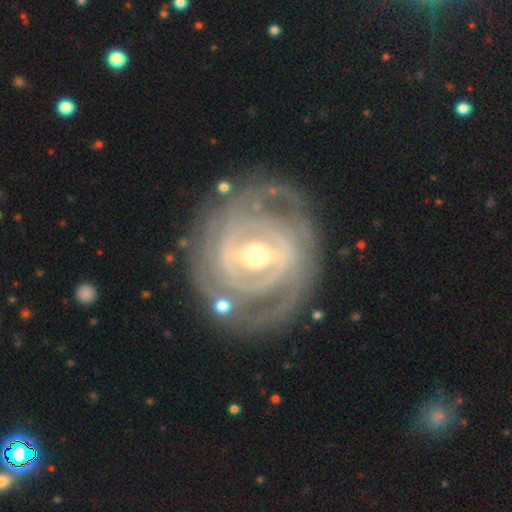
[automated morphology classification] Smooth or featured? Predicted: featured or disk (p=0.87). Edge-on disk? Predicted: no (p=0.96). Bar? Predicted: strong (p=0.41). Spiral arms? Predicted: yes (p=0.86). Spiral winding? Predicted: tight (p=0.74). Spiral arm count? Predicted: can't tell (p=0.35). Bulge size? Predicted: moderate (p=0.64). Merging? Predicted: none (p=0.74).